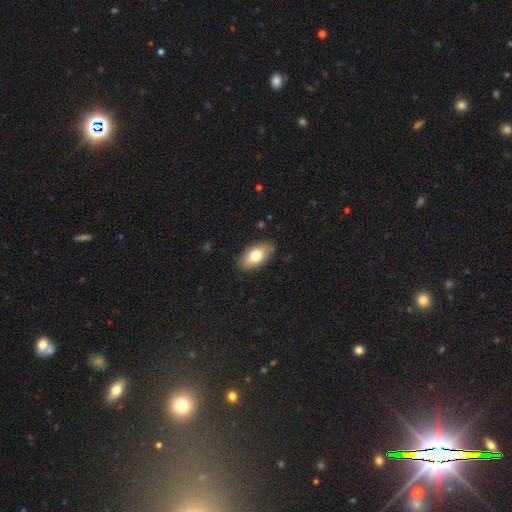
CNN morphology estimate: A smooth galaxy with no disk features (74%) that is in between round and cigar-shaped (92%). Merging: none (85%).